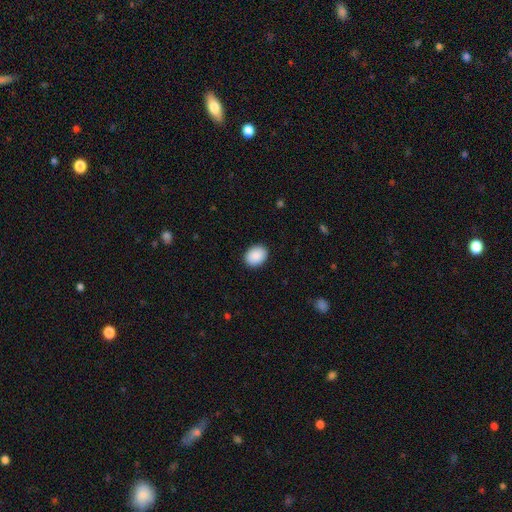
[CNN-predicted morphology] This is clearly a smooth galaxy (90%). How rounded: likely in between (65%). Merging: clearly none (90%).